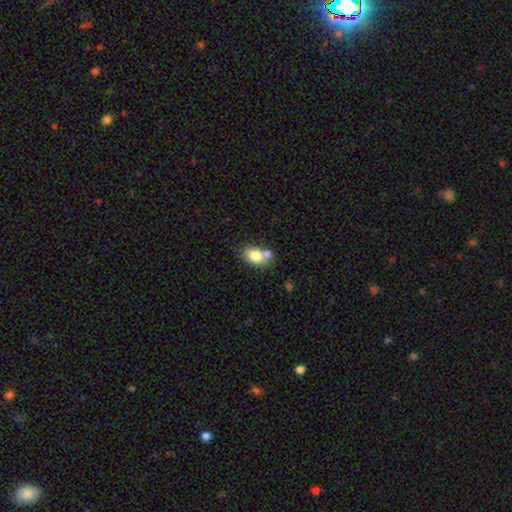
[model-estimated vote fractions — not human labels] Smooth or featured: smooth — 78% (featured or disk — 13%)
How rounded: in between — 74% (round — 25%)
Merging: none — 44% (merger — 39%)